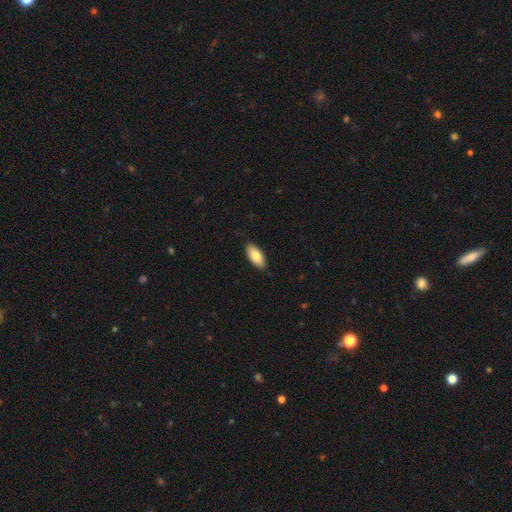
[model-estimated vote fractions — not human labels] smooth_or_featured: smooth (p=0.80) [alt: featured or disk p=0.14]
how_rounded: in between (p=0.90) [alt: cigar-shaped p=0.08]
merging: none (p=0.87) [alt: minor disturbance p=0.10]